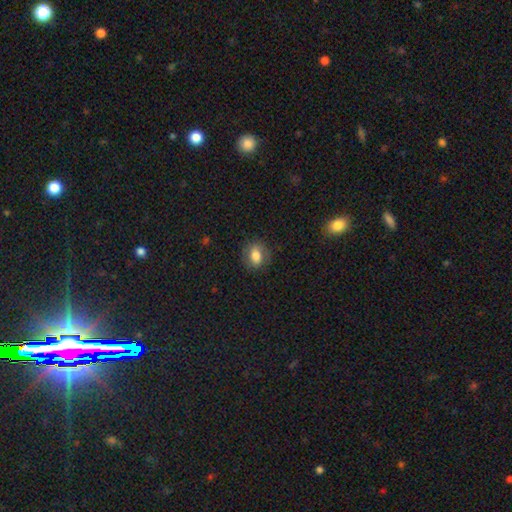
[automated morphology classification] smooth 68%, featured or disk 23%, star or artifact 9%. Down the decision tree: how rounded — in between (61%); merging — none (78%).